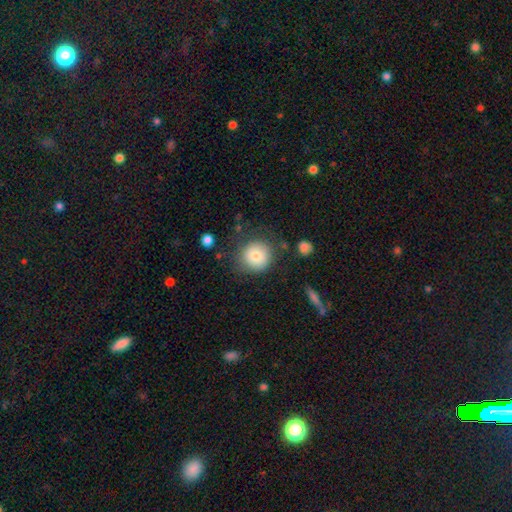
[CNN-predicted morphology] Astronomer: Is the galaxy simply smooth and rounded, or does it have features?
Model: smooth — 79%.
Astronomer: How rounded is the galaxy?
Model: round — 91%.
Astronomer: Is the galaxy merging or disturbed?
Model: none — 76%.